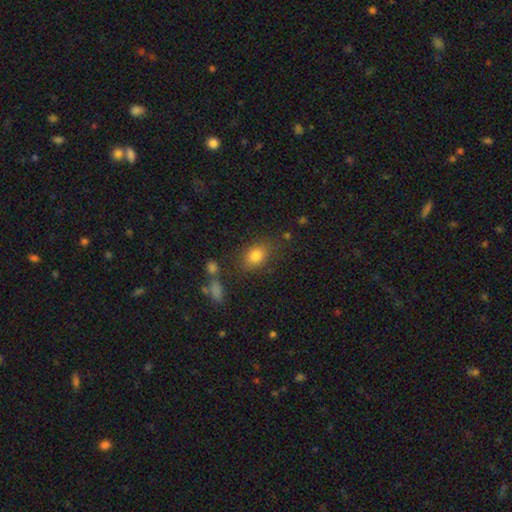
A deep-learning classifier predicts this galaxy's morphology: Smooth or featured: smooth — 81% (star or artifact — 11%)
How rounded: in between — 63% (round — 35%)
Merging: none — 76% (minor disturbance — 14%)